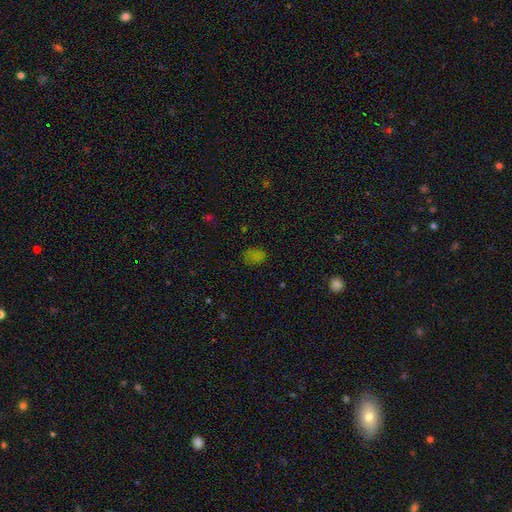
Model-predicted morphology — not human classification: Smooth or featured? Predicted: smooth (p=0.67). How rounded? Predicted: in between (p=0.73). Merging? Predicted: none (p=0.75).